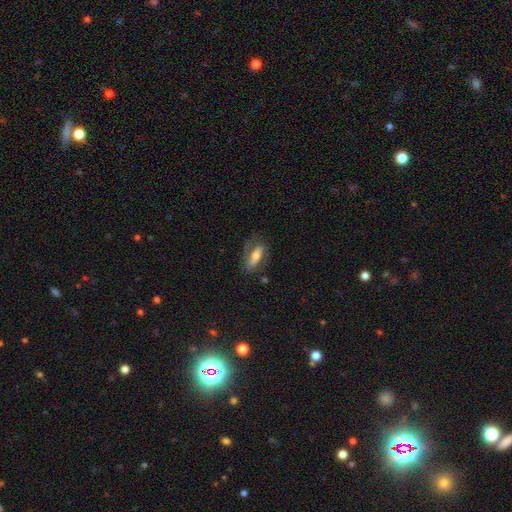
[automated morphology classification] Smooth or featured? featured or disk (50%)
Merging? none (60%)